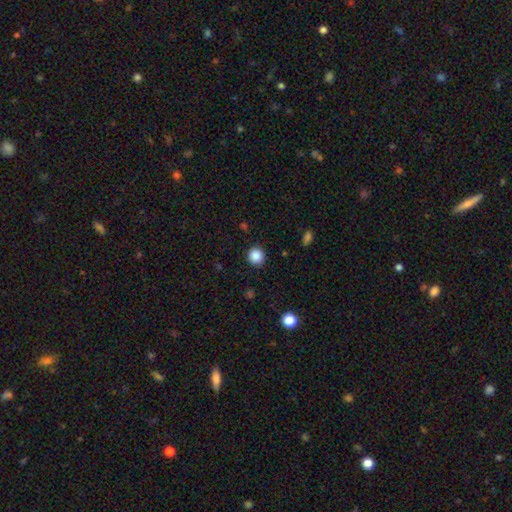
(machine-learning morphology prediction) Smooth or featured: smooth — 87% (star or artifact — 10%)
How rounded: round — 92% (in between — 7%)
Merging: none — 90% (minor disturbance — 7%)